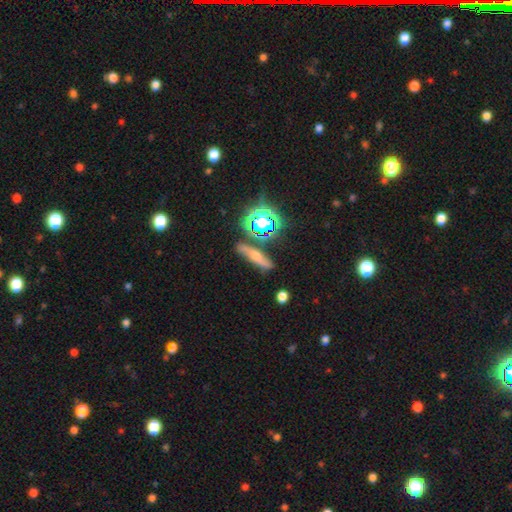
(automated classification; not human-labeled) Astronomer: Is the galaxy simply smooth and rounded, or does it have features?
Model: smooth — 39% (runner-up: featured or disk, 32%).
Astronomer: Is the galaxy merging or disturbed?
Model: none — 77%.